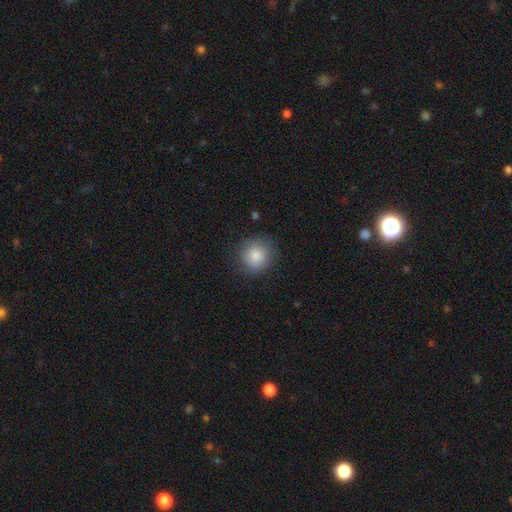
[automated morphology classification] Q: Smooth or featured?
A: smooth (85%); runner-up: star or artifact (8%)
Q: How rounded?
A: round (89%); runner-up: in between (10%)
Q: Merging?
A: none (81%); runner-up: minor disturbance (14%)